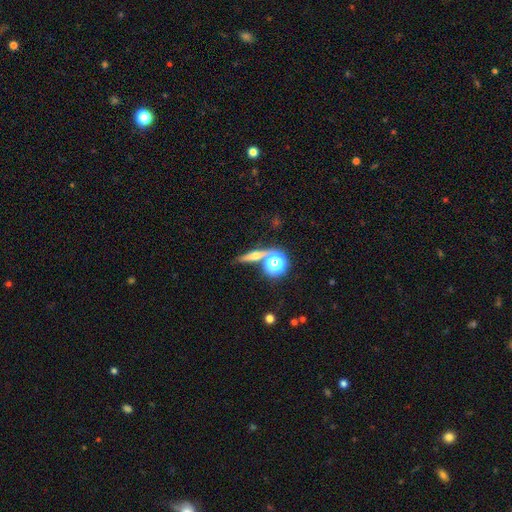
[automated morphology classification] This appears to be a smooth galaxy with no disk features (41%). Merging: none (72%).